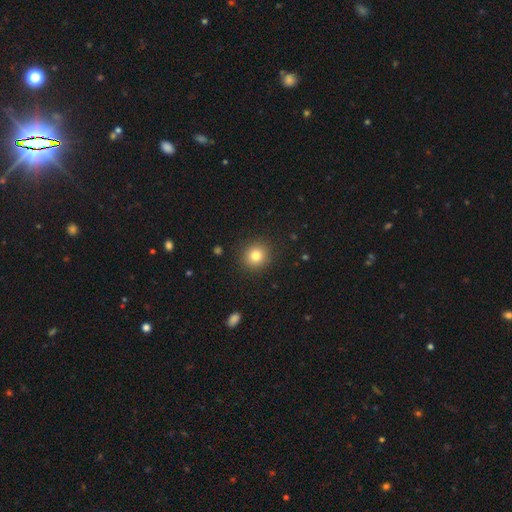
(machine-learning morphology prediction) A smooth galaxy with no disk features (81%) that is round (90%).

Vote fractions:
- Smooth or featured? smooth: 81% / star or artifact: 12% / featured or disk: 7%
- How rounded? round: 90% / in between: 9% / cigar-shaped: 1%
- Merging? none: 91% / minor disturbance: 6% / major disturbance: 2% / merger: 1%